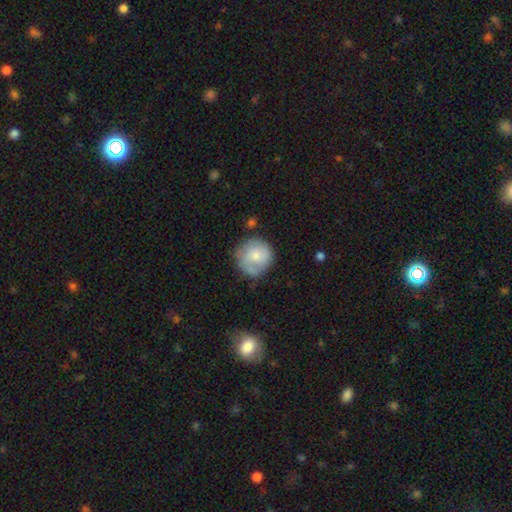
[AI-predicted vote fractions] Smooth or featured? smooth (63%)
How rounded? round (89%)
Merging? none (64%)